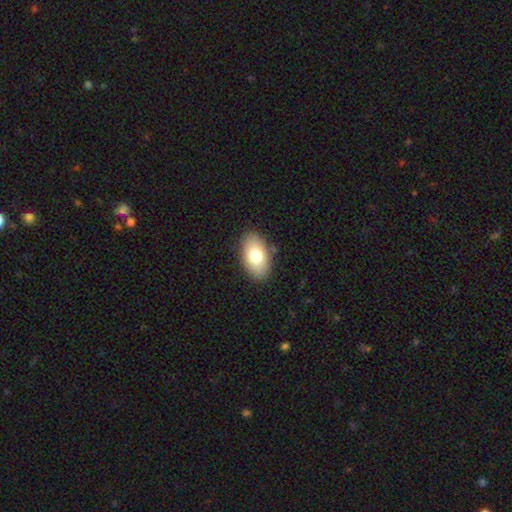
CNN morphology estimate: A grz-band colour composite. It shows a smooth galaxy with no disk features (78%) that is in between round and cigar-shaped (93%). Merging: none (87%).